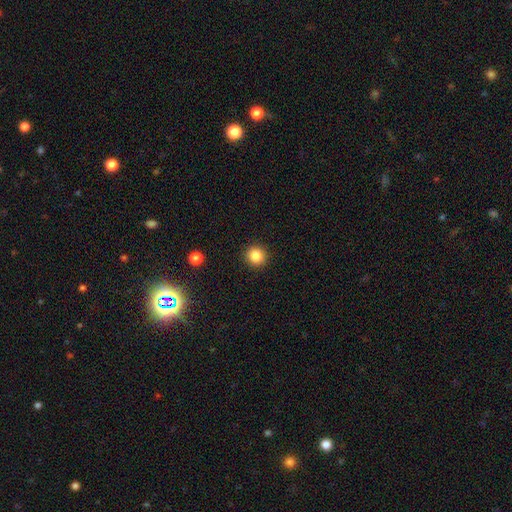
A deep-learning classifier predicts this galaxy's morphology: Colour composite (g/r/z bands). It shows a smooth galaxy with no disk features (85%) that is round (93%). Merging: none (92%).